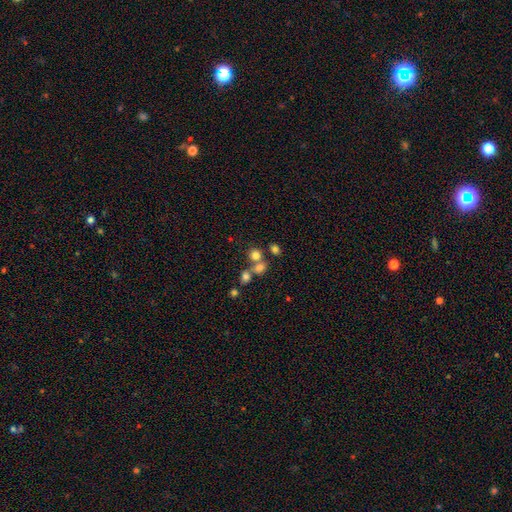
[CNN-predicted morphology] Smooth or featured?
  - smooth: 73% *
  - star or artifact: 17%
  - featured or disk: 11%
How rounded?
  - round: 77% *
  - in between: 22%
  - cigar-shaped: 1%
Merging?
  - none: 51% *
  - merger: 37%
  - minor disturbance: 8%
  - major disturbance: 5%